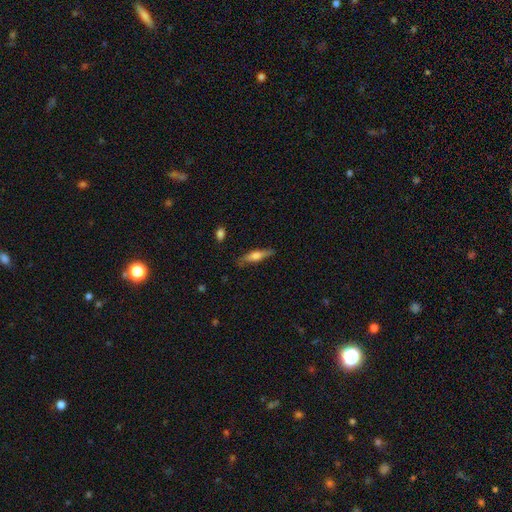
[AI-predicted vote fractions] Morphology: type=smooth (48%); merging=none (77%).